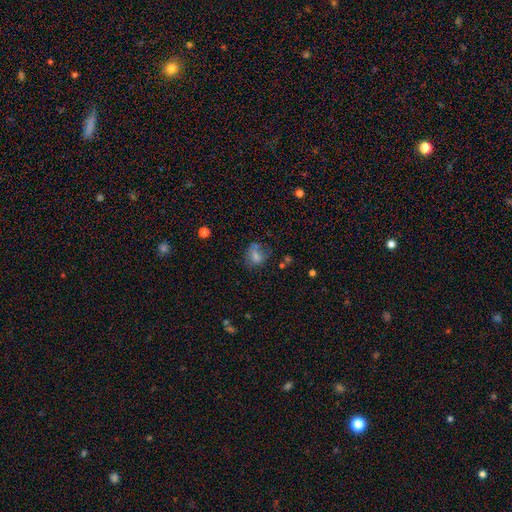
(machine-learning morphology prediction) This is likely a smooth galaxy (67%). How rounded: possibly in between (52%). Merging: possibly none (49%).